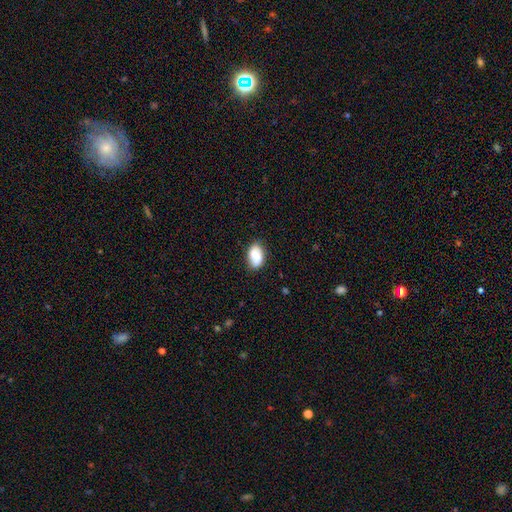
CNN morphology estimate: Smooth or featured? smooth (76%)
How rounded? in between (90%)
Merging? none (79%)